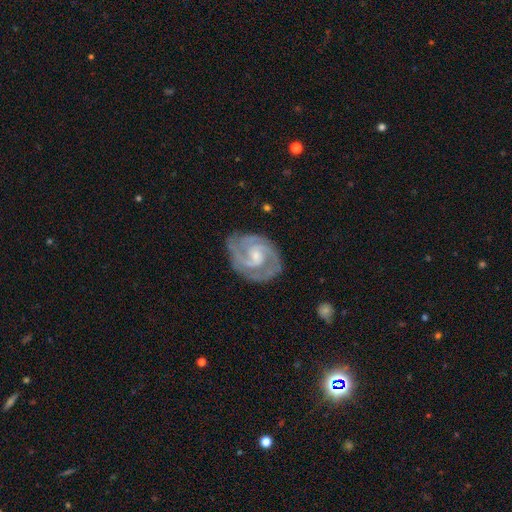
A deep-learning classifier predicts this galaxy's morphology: A featured or disk galaxy (90%) with a weak bar (47%), 2 (67%) tight (57%) spiral arms (98%) and a small central bulge (47%).

Vote fractions:
- Smooth or featured? featured or disk: 90% / smooth: 6% / star or artifact: 5%
- Edge-on disk? no: 98% / yes: 2%
- Bar? weak: 47% / no: 41% / strong: 12%
- Spiral arms? yes: 98% / no: 2%
- Spiral winding? tight: 57% / medium: 37% / loose: 5%
- Spiral arm count? 2: 67% / 3: 17% / can't tell: 8% / 4: 3% / 1: 3% / more than 4: 2%
- Bulge size? small: 47% / moderate: 41% / none: 8% / large: 3% / dominant: 1%
- Merging? none: 77% / minor disturbance: 17% / major disturbance: 5% / merger: 1%